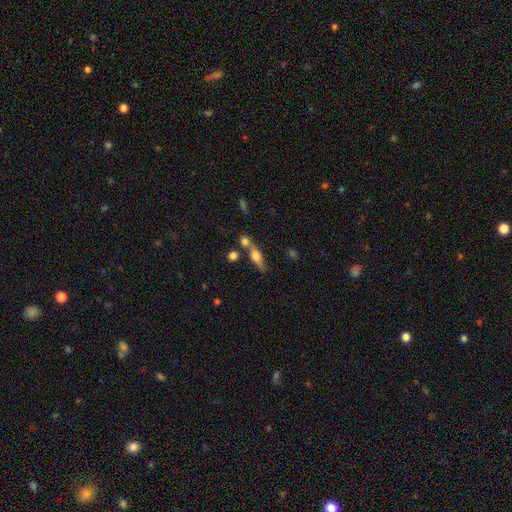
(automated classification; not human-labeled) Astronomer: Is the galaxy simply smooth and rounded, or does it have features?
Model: smooth — 48% (runner-up: featured or disk, 43%).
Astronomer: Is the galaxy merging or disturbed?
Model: none — 52% (runner-up: merger, 31%).